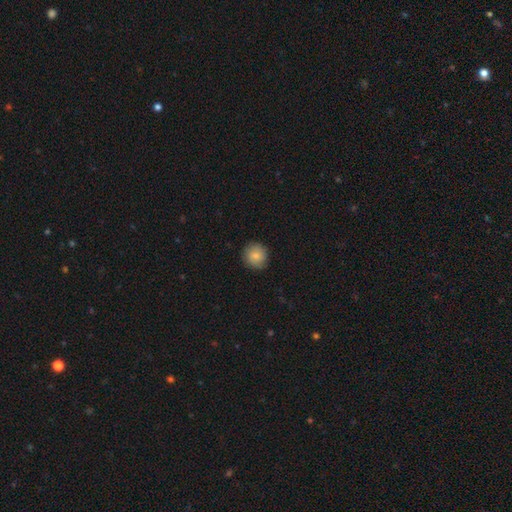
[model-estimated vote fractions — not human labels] A smooth galaxy with no disk features (84%) that is round (91%). Merging: none (87%).